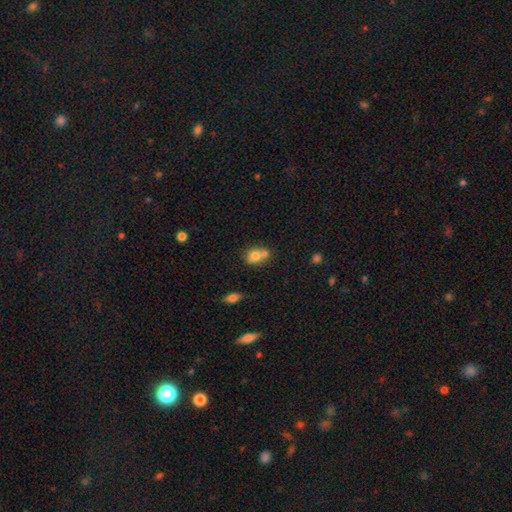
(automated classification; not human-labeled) Smooth or featured? smooth (73%)
How rounded? round (52%)
Merging? merger (48%)